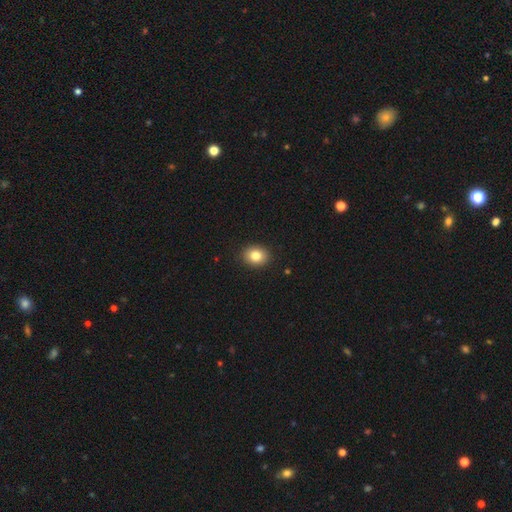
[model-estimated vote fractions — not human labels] smooth-or-featured: smooth: 83% | star or artifact: 10% | featured or disk: 7%
  how-rounded: round: 55% | in between: 44% | cigar-shaped: 1%
  merging: none: 90% | minor disturbance: 7% | major disturbance: 2% | merger: 1%